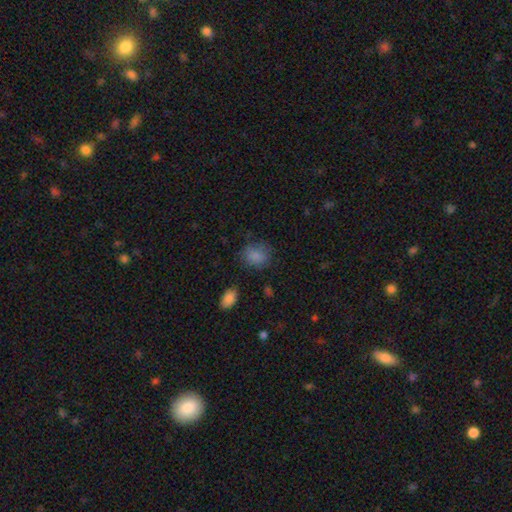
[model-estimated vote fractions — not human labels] smooth-or-featured: smooth: 84% | star or artifact: 10% | featured or disk: 6%
  how-rounded: round: 63% | in between: 36% | cigar-shaped: 1%
  merging: none: 74% | minor disturbance: 18% | major disturbance: 6% | merger: 2%